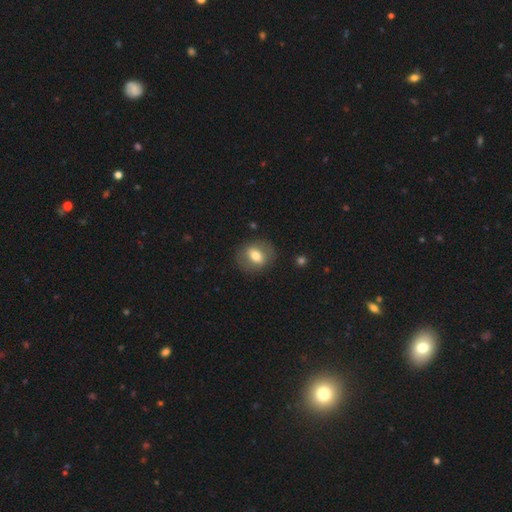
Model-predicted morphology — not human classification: smooth-or-featured: smooth: 64% | featured or disk: 28% | star or artifact: 8%
  how-rounded: round: 49% (tied) | in between: 49% (tied) | cigar-shaped: 2%
  merging: none: 83% | minor disturbance: 11% | major disturbance: 5% | merger: 1%